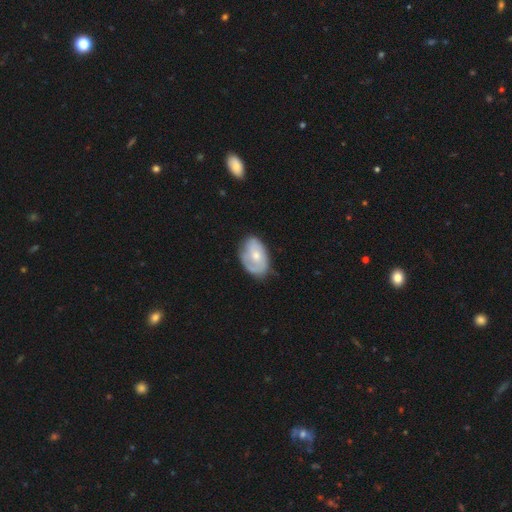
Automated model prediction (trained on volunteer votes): featured or disk 50%, smooth 44%, star or artifact 6%. Down the decision tree: merging — none (62%).